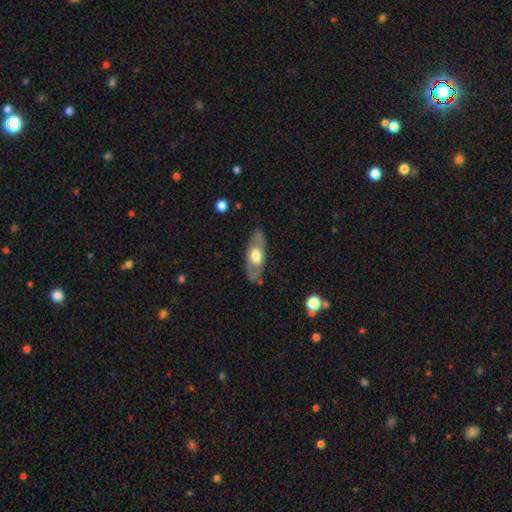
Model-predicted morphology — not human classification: smooth-or-featured: featured or disk: 52% | smooth: 43% | star or artifact: 5%
  disk-edge-on: no: 68% | yes: 32%
  merging: none: 82% | minor disturbance: 12% | major disturbance: 4% | merger: 1%